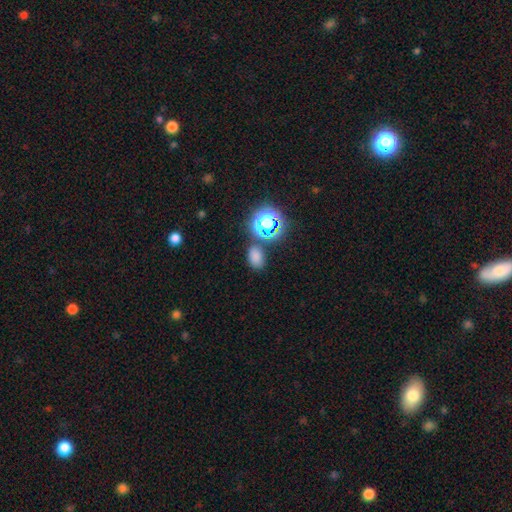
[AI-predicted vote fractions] A smooth galaxy with no disk features (69%) that is in between round and cigar-shaped (75%).

Vote fractions:
- Smooth or featured? smooth: 69% / star or artifact: 25% / featured or disk: 6%
- How rounded? in between: 75% / round: 23% / cigar-shaped: 1%
- Merging? none: 74% / minor disturbance: 12% / merger: 9% / major disturbance: 4%